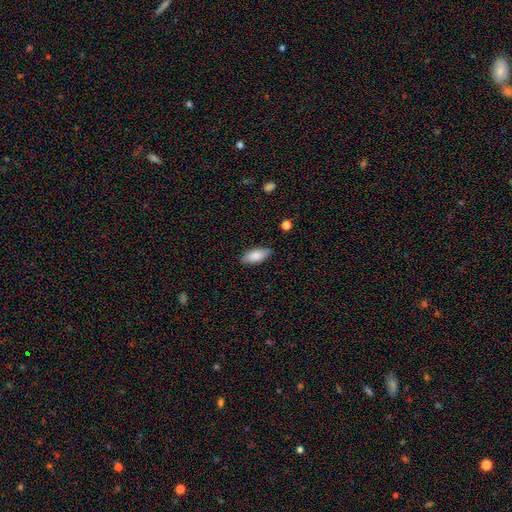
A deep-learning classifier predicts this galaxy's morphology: This appears to be a smooth galaxy with no disk features (84%) that is in between round and cigar-shaped (86%). Merging: none (84%).